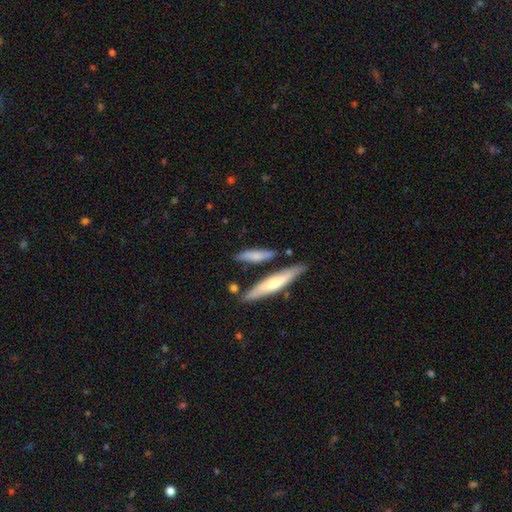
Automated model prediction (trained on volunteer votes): Morphology: type=smooth (65%); roundness=cigar-shaped (76%); merging=none (73%).